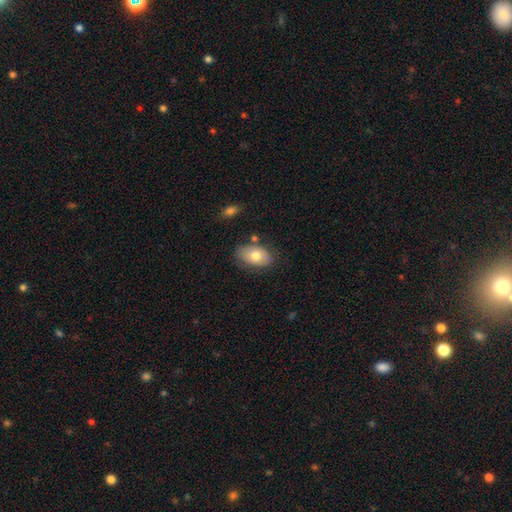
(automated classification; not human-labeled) The model was most divided on "merging": none: 70%, minor disturbance: 21%, merger: 5%, major disturbance: 4%. More confident: how rounded — in between (89%); smooth or featured — smooth (72%).